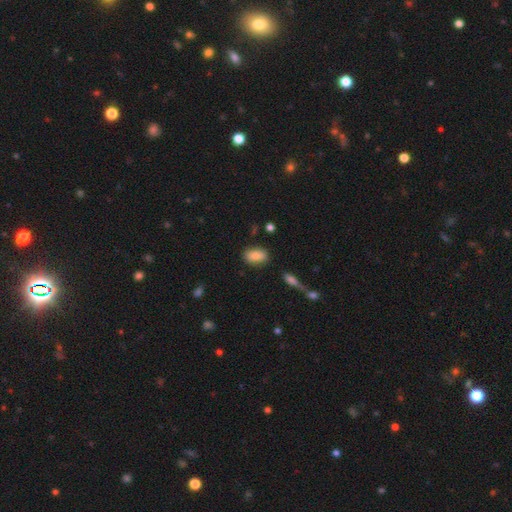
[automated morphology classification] Smooth or featured? Predicted: smooth (p=0.84). How rounded? Predicted: in between (p=0.89). Merging? Predicted: none (p=0.81).